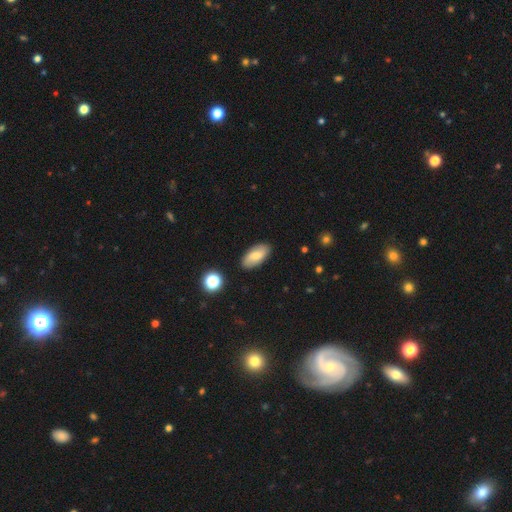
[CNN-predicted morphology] Q: Smooth or featured?
A: smooth (72%); runner-up: featured or disk (21%)
Q: How rounded?
A: in between (91%); runner-up: cigar-shaped (5%)
Q: Merging?
A: none (87%); runner-up: minor disturbance (9%)